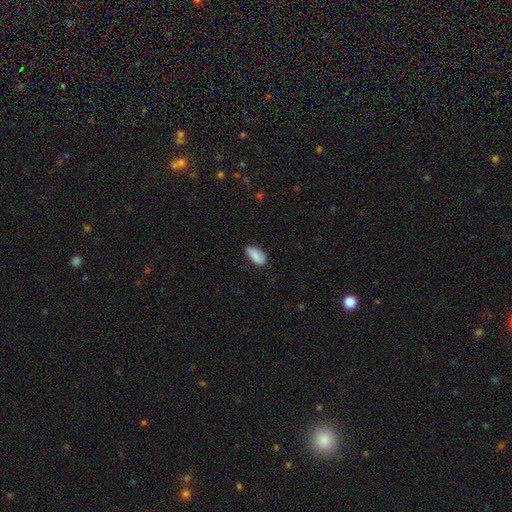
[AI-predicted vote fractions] smooth 83%, featured or disk 10%, star or artifact 7%. Down the decision tree: how rounded — in between (91%); merging — none (74%).